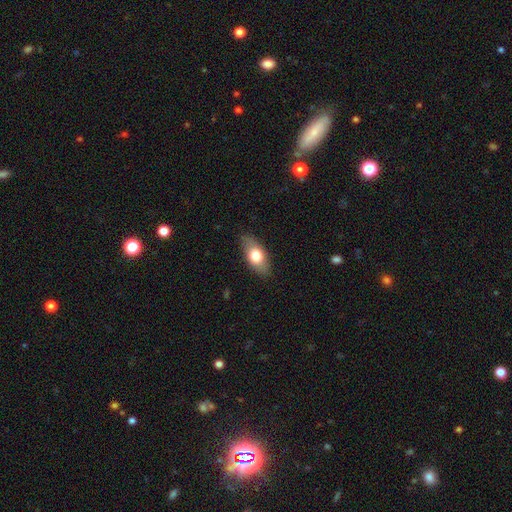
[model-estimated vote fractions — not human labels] smooth-or-featured: smooth: 70% | featured or disk: 24% | star or artifact: 7%
  how-rounded: in between: 86% | cigar-shaped: 8% | round: 6%
  merging: none: 83% | minor disturbance: 13% | major disturbance: 3% | merger: 1%